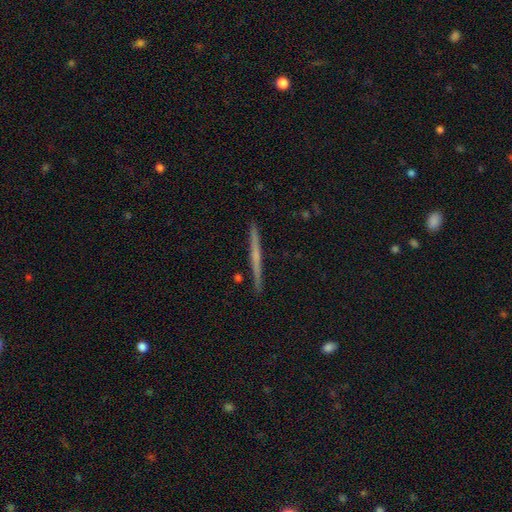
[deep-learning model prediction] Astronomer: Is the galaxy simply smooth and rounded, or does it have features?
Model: featured or disk — 63%.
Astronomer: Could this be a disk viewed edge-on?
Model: yes — 98%.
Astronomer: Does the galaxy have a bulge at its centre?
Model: none — 66%.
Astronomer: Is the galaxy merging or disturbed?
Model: none — 92%.